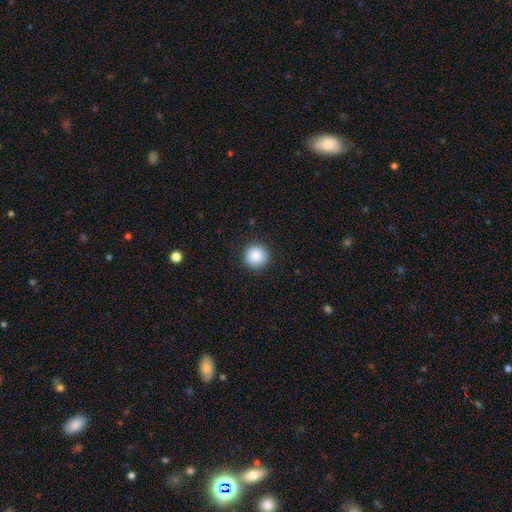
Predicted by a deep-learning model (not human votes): Smooth or featured? Predicted: smooth (p=0.88). How rounded? Predicted: round (p=0.95). Merging? Predicted: none (p=0.91).